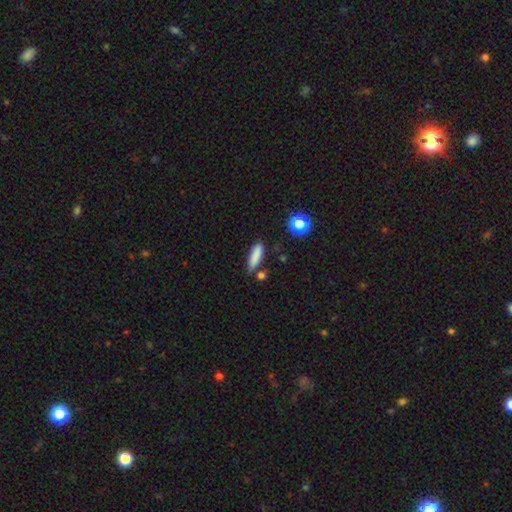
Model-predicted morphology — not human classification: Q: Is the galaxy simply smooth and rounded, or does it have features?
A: smooth — 84%.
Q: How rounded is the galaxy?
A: cigar-shaped — 59%.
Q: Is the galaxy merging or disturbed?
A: none — 73%.